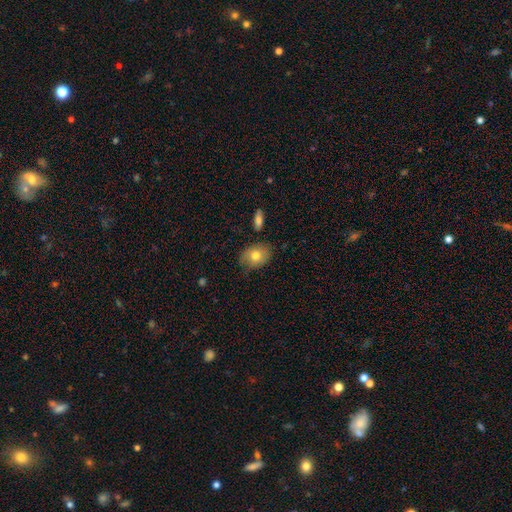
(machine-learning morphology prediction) This appears to be a smooth galaxy with no disk features (75%) that is in between round and cigar-shaped (67%). Merging: none (76%).